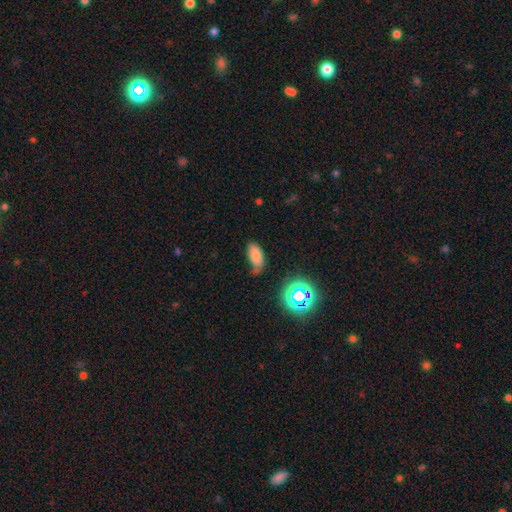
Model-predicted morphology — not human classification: A smooth galaxy with no disk features (75%) that is in between round and cigar-shaped (91%).

Vote fractions:
- Smooth or featured? smooth: 75% / star or artifact: 16% / featured or disk: 9%
- How rounded? in between: 91% / cigar-shaped: 5% / round: 4%
- Merging? none: 55% / minor disturbance: 29% / major disturbance: 10% / merger: 6%